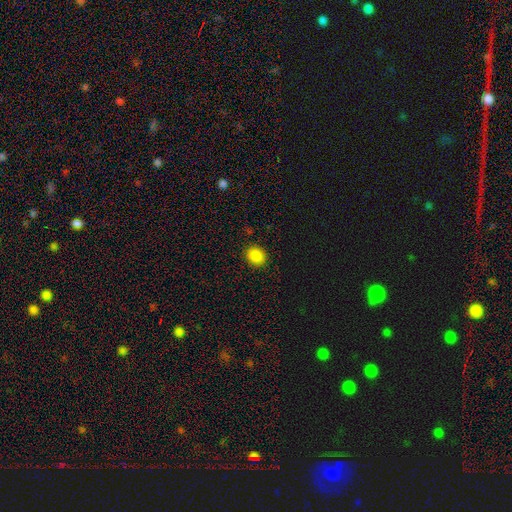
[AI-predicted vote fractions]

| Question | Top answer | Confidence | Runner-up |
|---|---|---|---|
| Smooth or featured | smooth | 86% | star or artifact (11%) |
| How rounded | round | 67% | in between (32%) |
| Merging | none | 89% | minor disturbance (7%) |